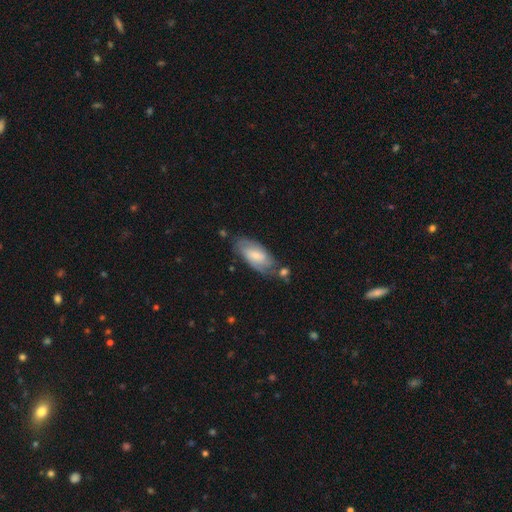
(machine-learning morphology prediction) This is possibly a featured or disk galaxy (56%). It is clearly not viewed edge-on (91%). Bar: marginally no (45%). Spiral arm pattern: clearly yes (88%). Central bulge: possibly small (52%). Merging: likely none (64%).